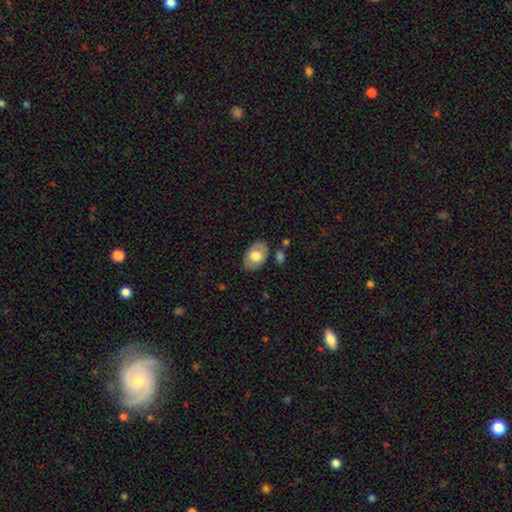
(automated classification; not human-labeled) smooth 69%, featured or disk 25%, star or artifact 6%. Down the decision tree: how rounded — in between (86%); merging — none (80%).